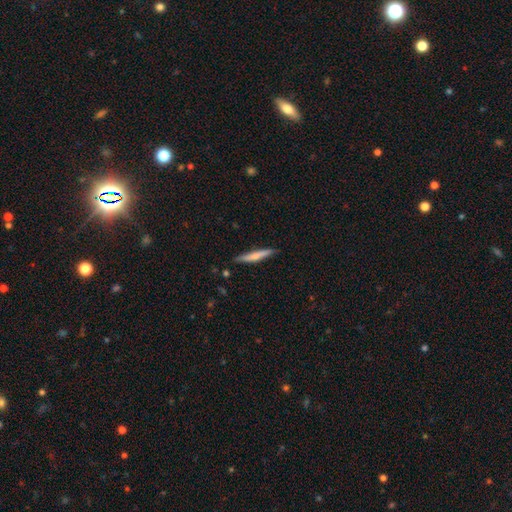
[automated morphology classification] A smooth galaxy with no disk features (62%) that is cigar-shaped (94%).

Vote fractions:
- Smooth or featured? smooth: 62% / featured or disk: 33% / star or artifact: 6%
- How rounded? cigar-shaped: 94% / in between: 5% / round: 1%
- Merging? none: 86% / minor disturbance: 11% / major disturbance: 2% / merger: 2%